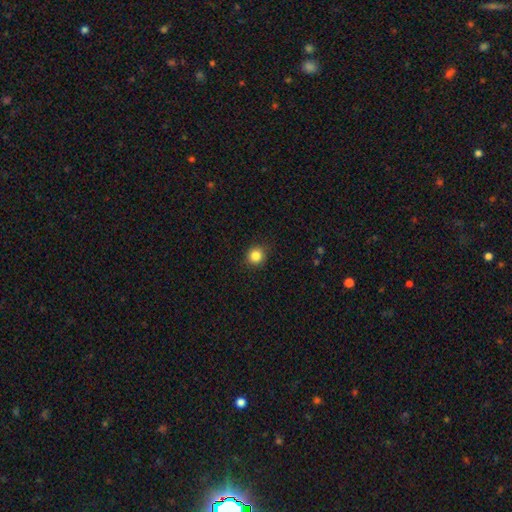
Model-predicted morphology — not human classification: Q: Smooth or featured?
A: smooth (85%); runner-up: star or artifact (11%)
Q: How rounded?
A: round (91%); runner-up: in between (8%)
Q: Merging?
A: none (89%); runner-up: minor disturbance (8%)